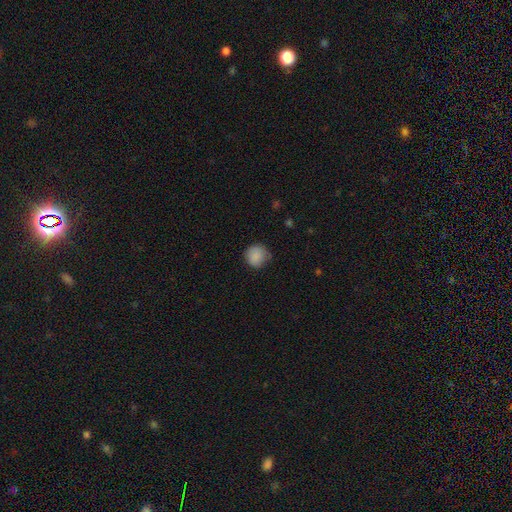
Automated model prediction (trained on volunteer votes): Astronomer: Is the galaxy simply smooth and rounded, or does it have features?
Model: smooth — 87%.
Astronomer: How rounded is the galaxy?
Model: round — 91%.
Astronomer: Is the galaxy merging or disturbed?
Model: none — 73%.